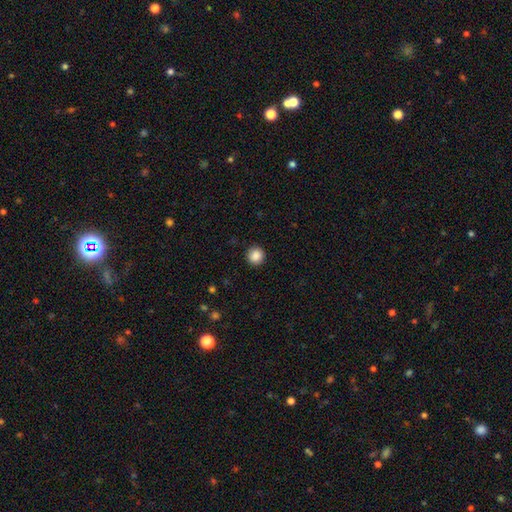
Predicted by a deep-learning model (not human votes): Overall: smooth (88%). How rounded: round (95%). Merging: none (92%).